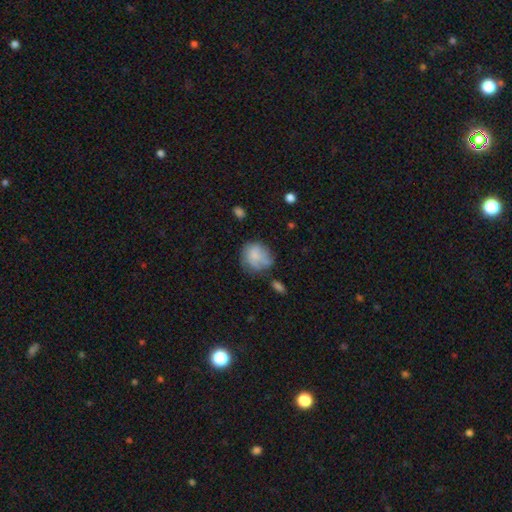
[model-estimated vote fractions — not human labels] smooth-or-featured: smooth: 71% | featured or disk: 21% | star or artifact: 9%
  how-rounded: round: 75% | in between: 24% | cigar-shaped: 1%
  merging: none: 50% | minor disturbance: 29% | major disturbance: 15% | merger: 5%